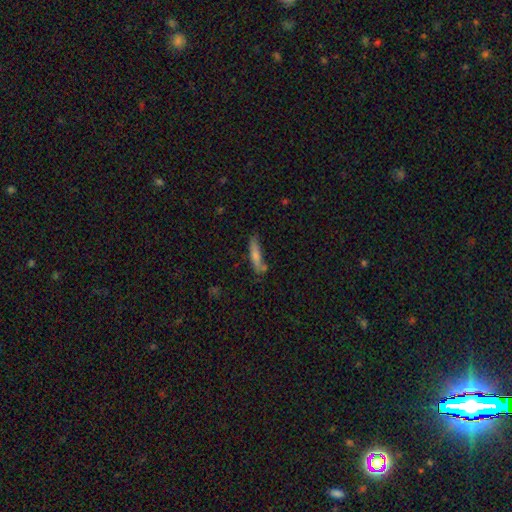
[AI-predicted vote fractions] smooth-or-featured: smooth: 60% | featured or disk: 31% | star or artifact: 9%
  how-rounded: cigar-shaped: 84% | in between: 14% | round: 2%
  merging: none: 67% | minor disturbance: 19% | merger: 9% | major disturbance: 5%